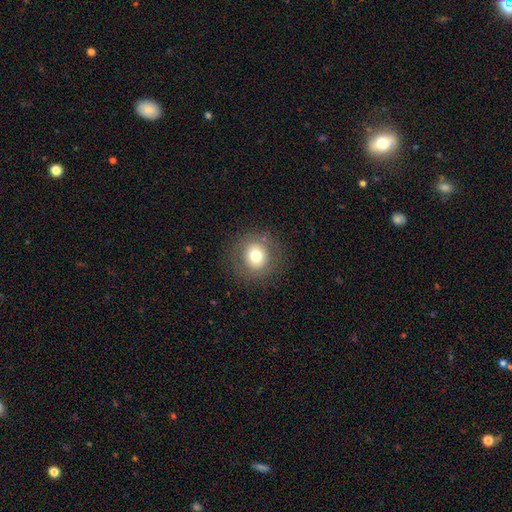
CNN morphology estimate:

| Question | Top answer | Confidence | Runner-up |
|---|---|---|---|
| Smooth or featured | smooth | 71% | featured or disk (17%) |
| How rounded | round | 91% | in between (8%) |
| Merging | none | 86% | minor disturbance (8%) |